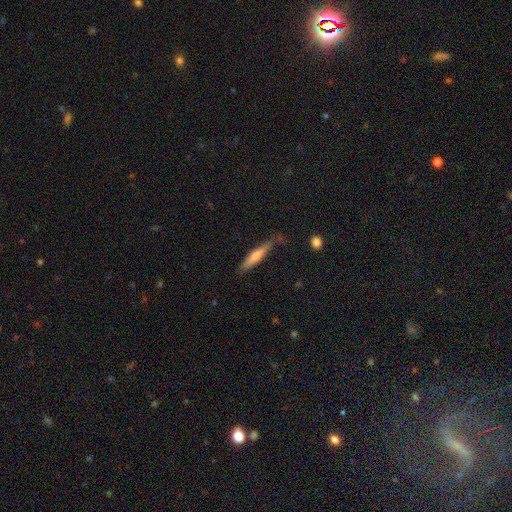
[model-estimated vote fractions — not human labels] A smooth galaxy with no disk features (54%) that is cigar-shaped (91%).

Vote fractions:
- Smooth or featured? smooth: 54% / featured or disk: 40% / star or artifact: 6%
- How rounded? cigar-shaped: 91% / in between: 8% / round: 1%
- Merging? none: 72% / minor disturbance: 20% / major disturbance: 5% / merger: 3%